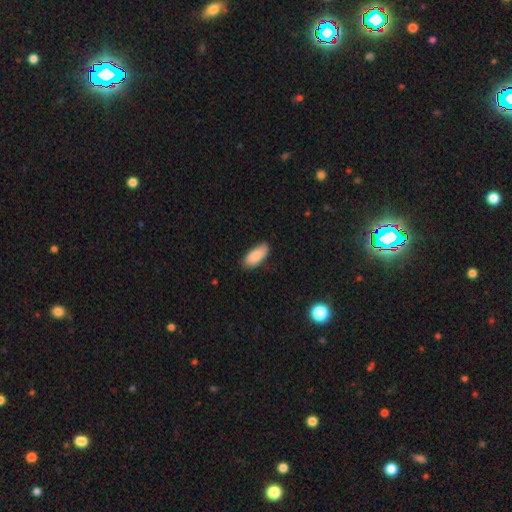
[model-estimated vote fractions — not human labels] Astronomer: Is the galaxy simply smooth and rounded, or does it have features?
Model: smooth — 87%.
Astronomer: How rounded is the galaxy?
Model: in between — 86%.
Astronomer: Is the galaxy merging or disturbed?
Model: none — 79%.